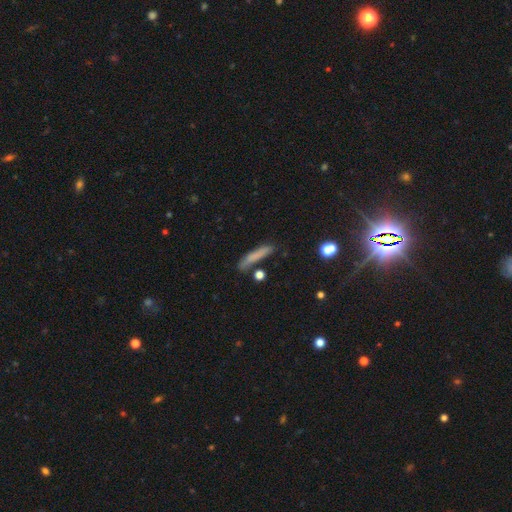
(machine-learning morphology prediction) A smooth galaxy with no disk features (75%) that is cigar-shaped (90%).

Vote fractions:
- Smooth or featured? smooth: 75% / featured or disk: 16% / star or artifact: 9%
- How rounded? cigar-shaped: 90% / in between: 8% / round: 3%
- Merging? none: 76% / minor disturbance: 14% / merger: 5% / major disturbance: 4%